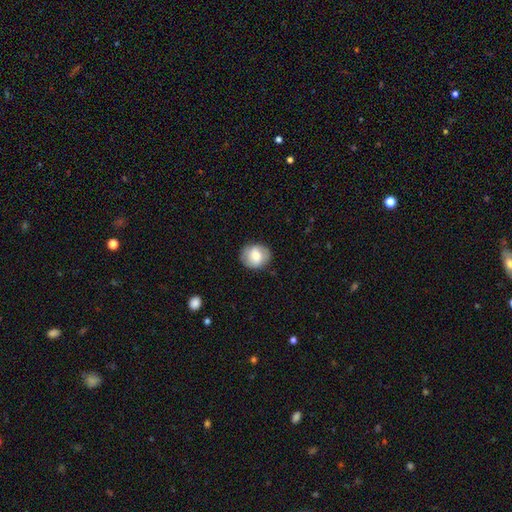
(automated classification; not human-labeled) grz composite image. It shows a smooth galaxy with no disk features (67%) that is round (73%). Merging: none (83%).